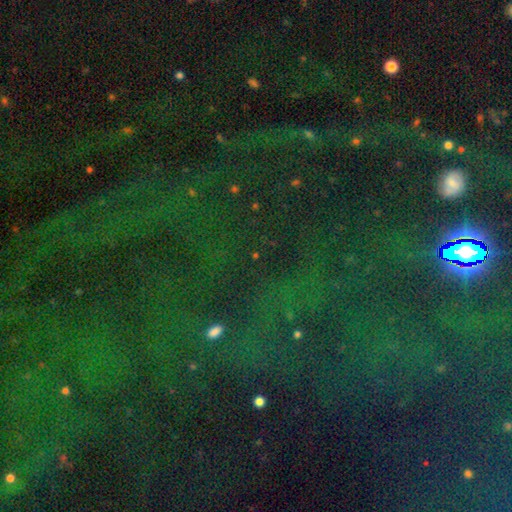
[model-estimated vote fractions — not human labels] smooth_or_featured: star or artifact (p=0.80) [alt: smooth p=0.11]